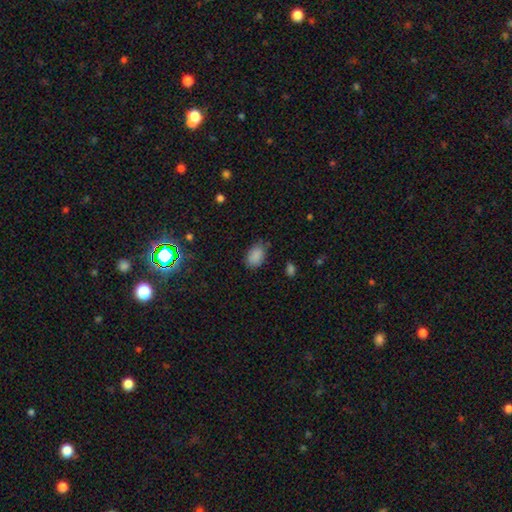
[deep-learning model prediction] Morphology: type=smooth (86%); roundness=in between (87%); merging=none (74%).